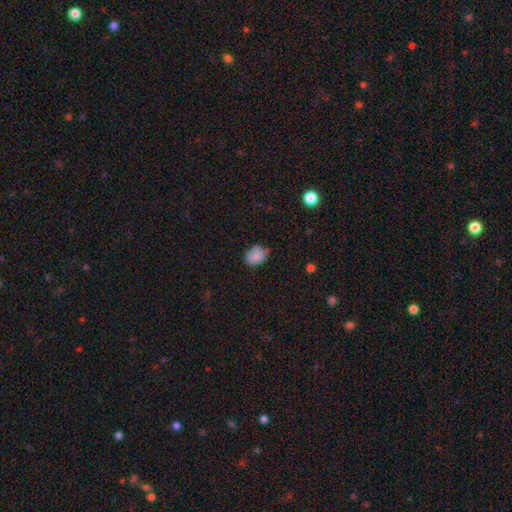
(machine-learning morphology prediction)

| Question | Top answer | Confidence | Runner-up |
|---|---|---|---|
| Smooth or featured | smooth | 82% | star or artifact (9%) |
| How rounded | in between | 60% | round (39%) |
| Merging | none | 67% | minor disturbance (26%) |